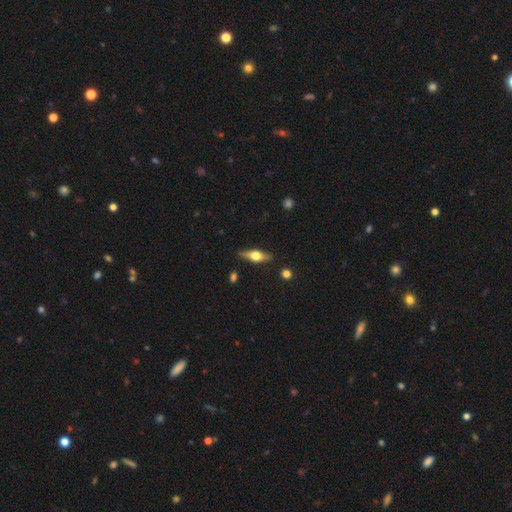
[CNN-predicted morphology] Smooth or featured?
  - featured or disk: 52% *
  - smooth: 41%
  - star or artifact: 7%
Edge-on disk?
  - yes: 91% *
  - no: 9%
Merging?
  - none: 86% *
  - minor disturbance: 10%
  - major disturbance: 2%
  - merger: 2%